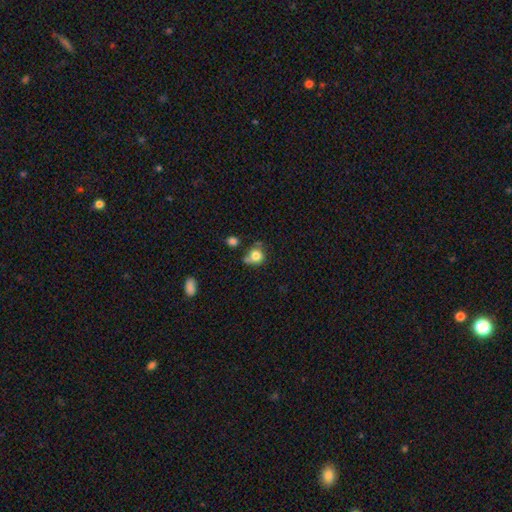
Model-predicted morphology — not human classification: Smooth or featured? Predicted: smooth (p=0.79). How rounded? Predicted: round (p=0.81). Merging? Predicted: none (p=0.51).